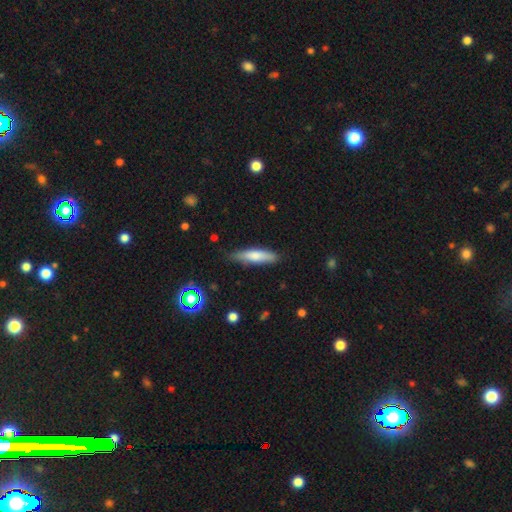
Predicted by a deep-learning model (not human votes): smooth 73%, featured or disk 21%, star or artifact 6%. Down the decision tree: how rounded — cigar-shaped (73%); merging — none (78%).